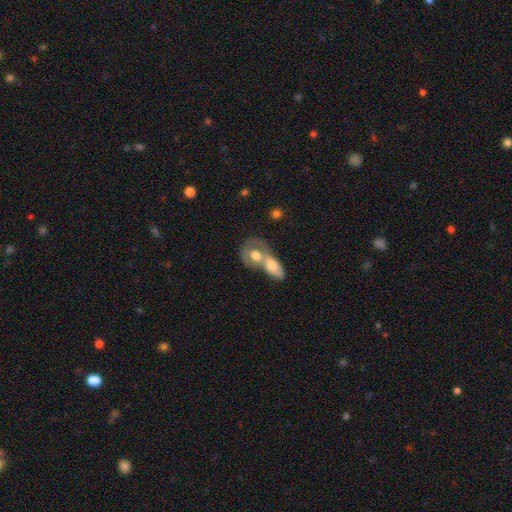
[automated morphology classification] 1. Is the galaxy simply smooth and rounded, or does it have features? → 52% smooth, 42% featured or disk, 6% star or artifact.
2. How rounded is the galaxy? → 60% in between, 36% round, 4% cigar-shaped.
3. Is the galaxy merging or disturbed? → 74% merger, 15% none, 6% minor disturbance, 5% major disturbance.